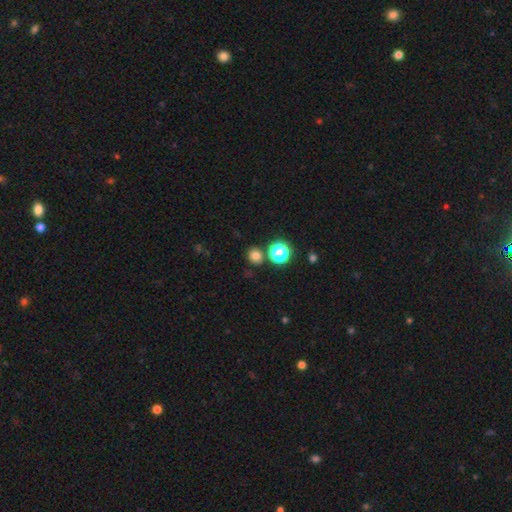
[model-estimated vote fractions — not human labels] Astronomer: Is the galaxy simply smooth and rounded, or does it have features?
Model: smooth — 76%.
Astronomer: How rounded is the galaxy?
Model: round — 79%.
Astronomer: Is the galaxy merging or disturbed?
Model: none — 79%.